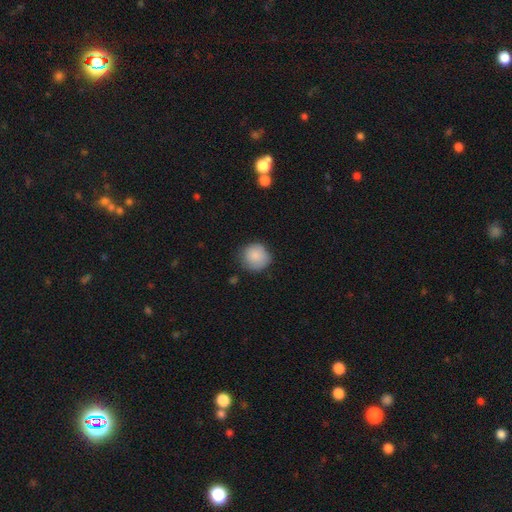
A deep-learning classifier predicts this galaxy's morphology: This is clearly a smooth galaxy (87%). How rounded: clearly round (91%). Merging: likely none (76%).